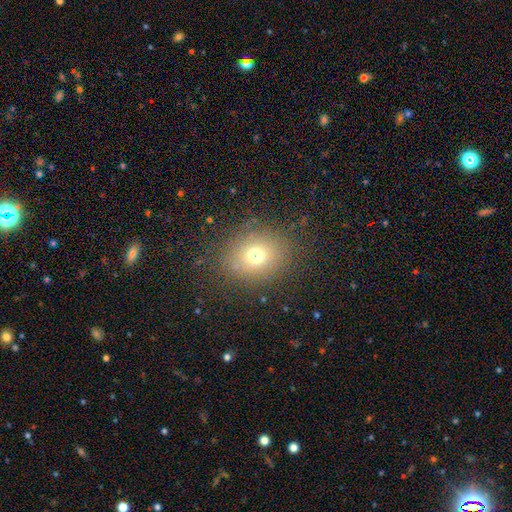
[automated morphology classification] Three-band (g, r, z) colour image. It shows a smooth galaxy with no disk features (67%) that is round (61%). Merging: none (77%).